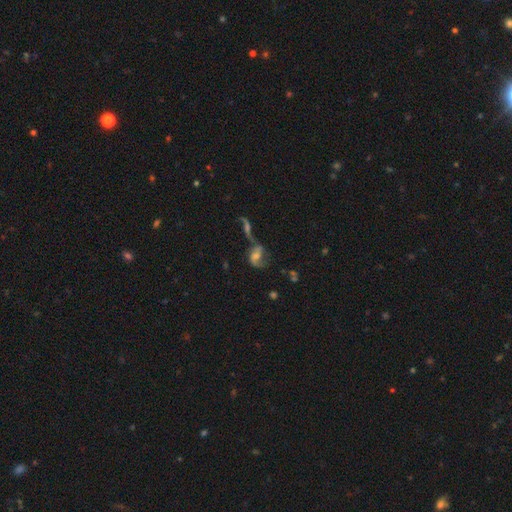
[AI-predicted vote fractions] smooth-or-featured: featured or disk: 61% | smooth: 26% | star or artifact: 13%
  disk-edge-on: no: 94% | yes: 6%
    bar: no: 48% | weak: 38% | strong: 14%
    has-spiral-arms: yes: 77% | no: 23%
    bulge-size: moderate: 38% | small: 27% | none: 19% | large: 13% | dominant: 2%
  merging: merger: 40% | none: 26% | major disturbance: 21% | minor disturbance: 13%